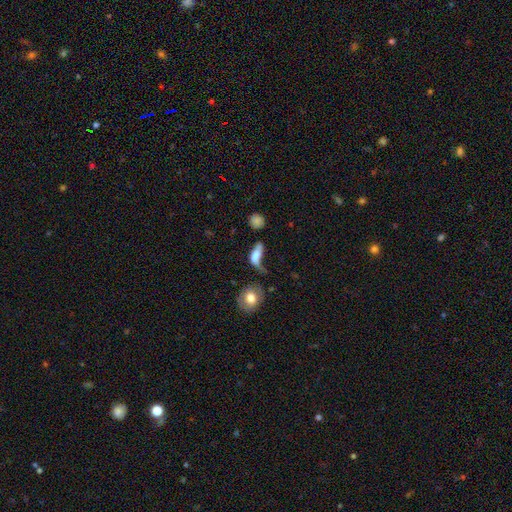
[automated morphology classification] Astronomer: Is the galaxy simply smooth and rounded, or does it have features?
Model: smooth — 60%.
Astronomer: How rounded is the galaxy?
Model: in between — 70%.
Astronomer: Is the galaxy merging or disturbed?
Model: major disturbance — 40% (runner-up: none, 22%).